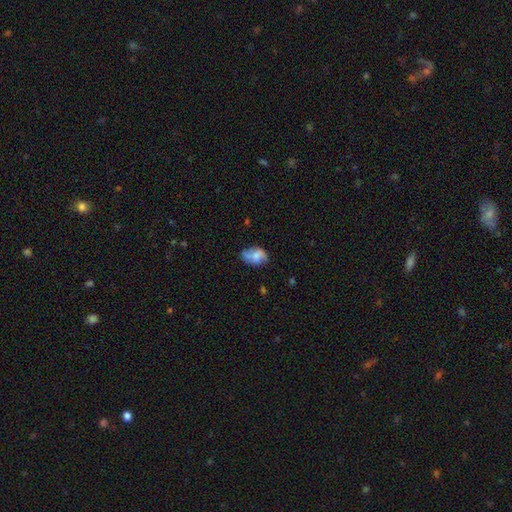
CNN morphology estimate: The model was most divided on "merging": none: 54%, minor disturbance: 31%, major disturbance: 10%, merger: 5%. More confident: how rounded — in between (82%); smooth or featured — smooth (60%).